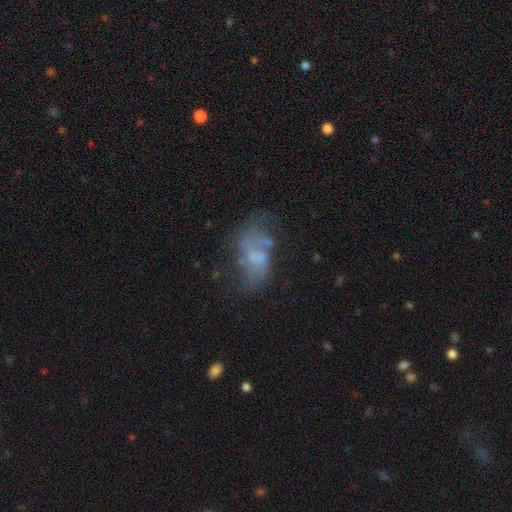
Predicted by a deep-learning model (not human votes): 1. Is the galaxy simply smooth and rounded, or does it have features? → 58% featured or disk, 29% smooth, 13% star or artifact.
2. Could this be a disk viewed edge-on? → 97% no, 3% yes.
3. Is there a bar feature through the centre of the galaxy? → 70% no, 25% weak, 5% strong.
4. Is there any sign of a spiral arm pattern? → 56% no, 44% yes.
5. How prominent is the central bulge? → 47% none, 34% small, 15% moderate, 3% large, 1% dominant.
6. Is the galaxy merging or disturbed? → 37% none, 28% major disturbance, 21% minor disturbance, 14% merger.